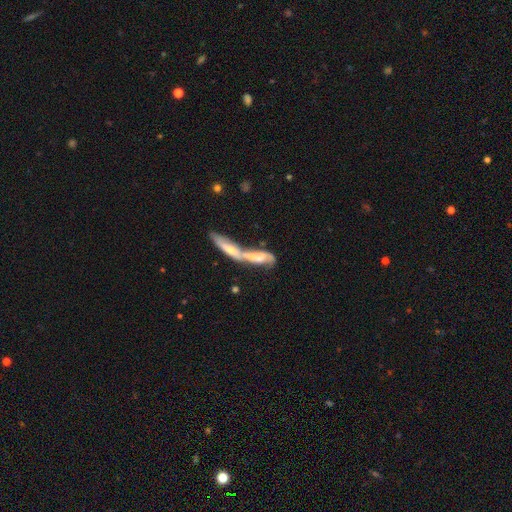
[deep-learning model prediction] Smooth or featured? featured or disk (51%)
Edge-on disk? no (68%)
Merging? merger (75%)